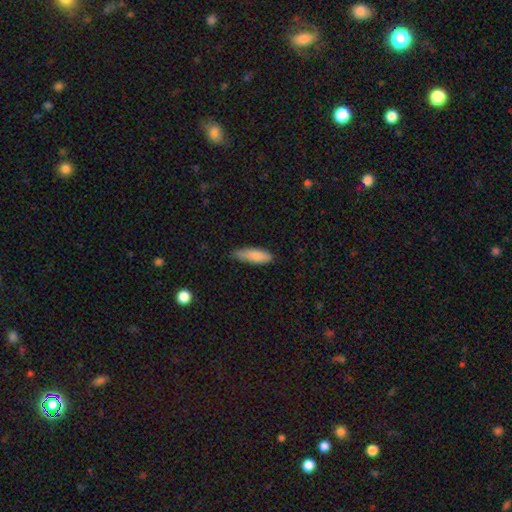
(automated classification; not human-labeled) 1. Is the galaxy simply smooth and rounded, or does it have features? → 85% smooth, 9% featured or disk, 6% star or artifact.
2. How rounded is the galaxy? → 54% in between, 44% cigar-shaped, 2% round.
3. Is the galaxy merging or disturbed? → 68% none, 27% minor disturbance, 4% major disturbance, 1% merger.